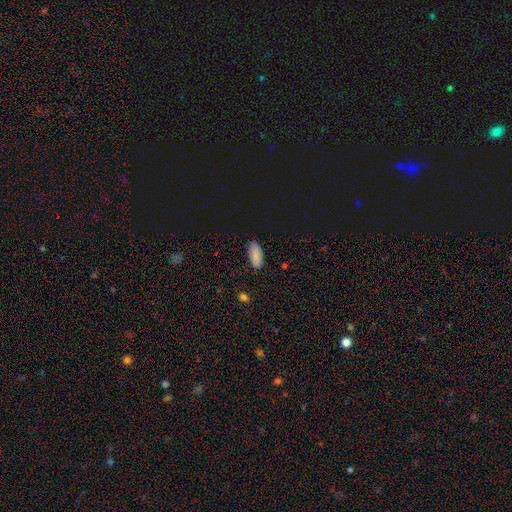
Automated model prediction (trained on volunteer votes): Q: Smooth or featured?
A: smooth (87%); runner-up: star or artifact (8%)
Q: How rounded?
A: in between (88%); runner-up: cigar-shaped (10%)
Q: Merging?
A: none (84%); runner-up: minor disturbance (12%)